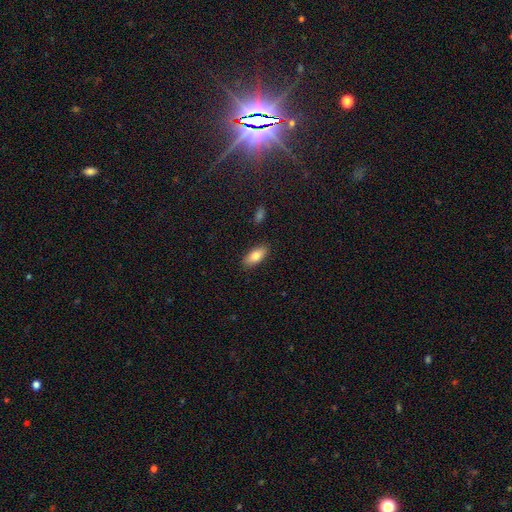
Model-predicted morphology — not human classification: Q: Smooth or featured?
A: smooth (81%); runner-up: featured or disk (12%)
Q: How rounded?
A: in between (86%); runner-up: cigar-shaped (12%)
Q: Merging?
A: none (87%); runner-up: minor disturbance (9%)